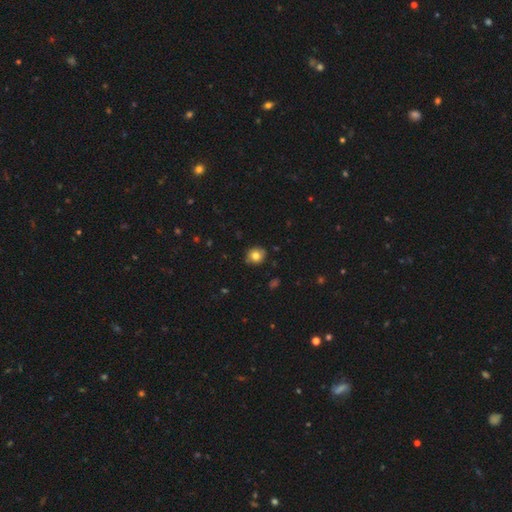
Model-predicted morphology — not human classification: A smooth galaxy with no disk features (79%) that is round (84%). Merging: none (85%).